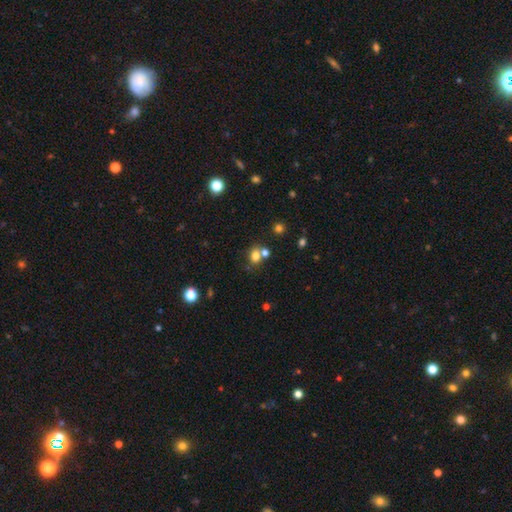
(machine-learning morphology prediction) A smooth galaxy with no disk features (75%) that is round (55%). Merging: none (52%).